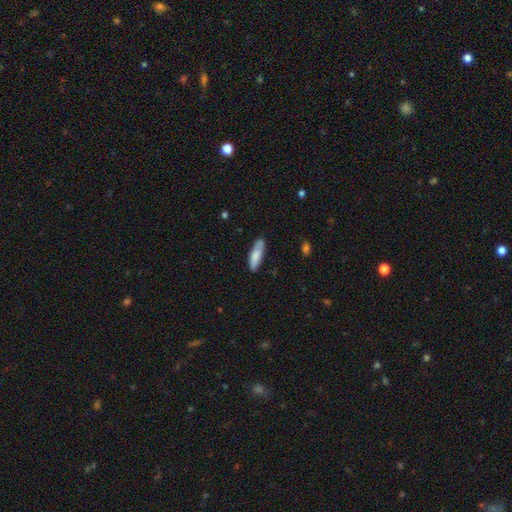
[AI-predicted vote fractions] Smooth or featured? Predicted: smooth (p=0.79). How rounded? Predicted: cigar-shaped (p=0.59). Merging? Predicted: none (p=0.73).